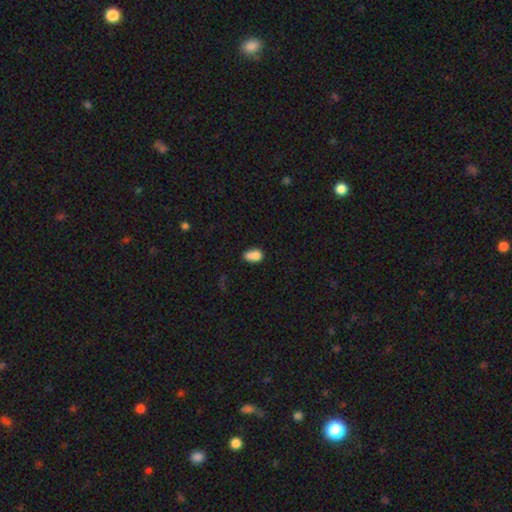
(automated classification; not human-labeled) smooth-or-featured: smooth: 81% | star or artifact: 10% | featured or disk: 9%
  how-rounded: in between: 84% | round: 12% | cigar-shaped: 4%
  merging: none: 50% | minor disturbance: 23% | merger: 20% | major disturbance: 7%